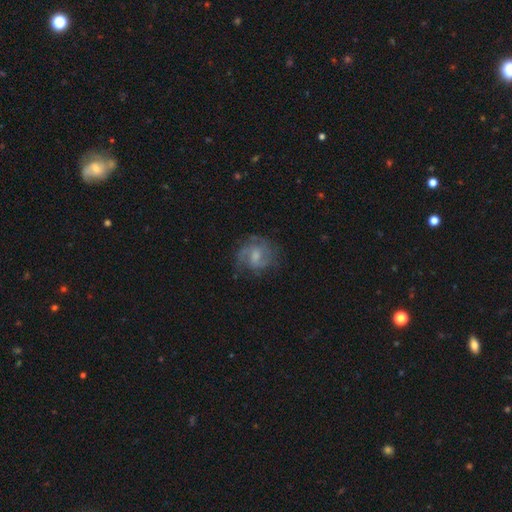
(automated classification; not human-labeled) Morphology: type=featured or disk (69%); edge-on=no (98%); bar=weak (52%); spiral arms=yes (88%); winding=medium (48%); arm count=2 (54%); bulge=moderate (43%); merging=none (63%).